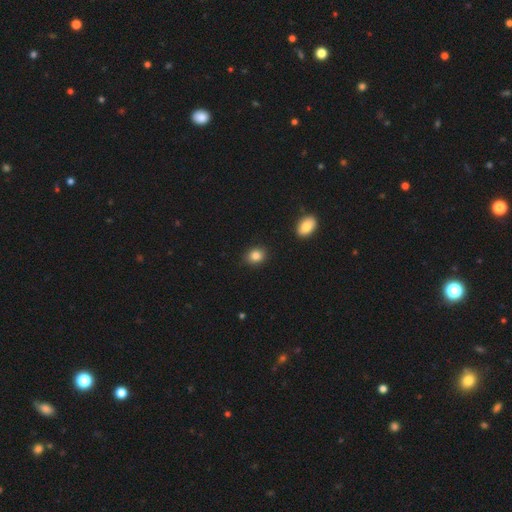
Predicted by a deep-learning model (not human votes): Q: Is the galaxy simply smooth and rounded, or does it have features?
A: smooth — 85%.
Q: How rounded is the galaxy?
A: round — 56%.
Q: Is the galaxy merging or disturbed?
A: none — 89%.